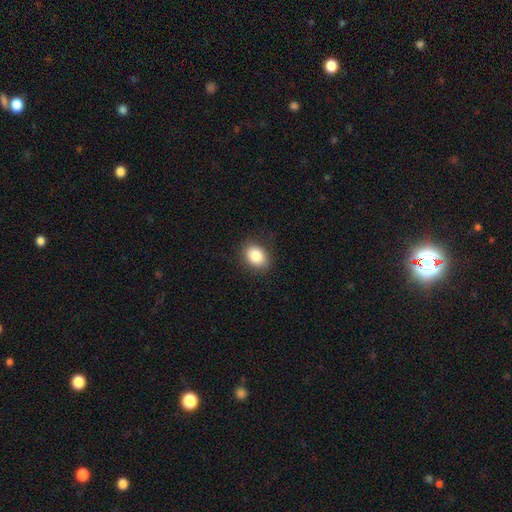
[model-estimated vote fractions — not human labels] A smooth galaxy with no disk features (85%) that is in between round and cigar-shaped (60%).

Vote fractions:
- Smooth or featured? smooth: 85% / star or artifact: 9% / featured or disk: 6%
- How rounded? in between: 60% / round: 39% / cigar-shaped: 1%
- Merging? none: 86% / minor disturbance: 10% / major disturbance: 3% / merger: 1%